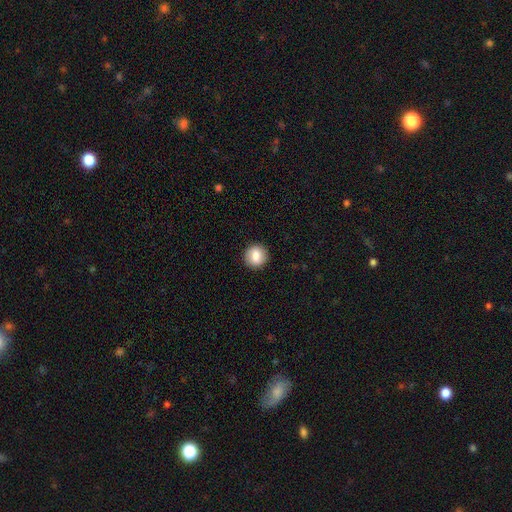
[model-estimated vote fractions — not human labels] A smooth galaxy with no disk features (81%) that is round (88%). Merging: none (90%).